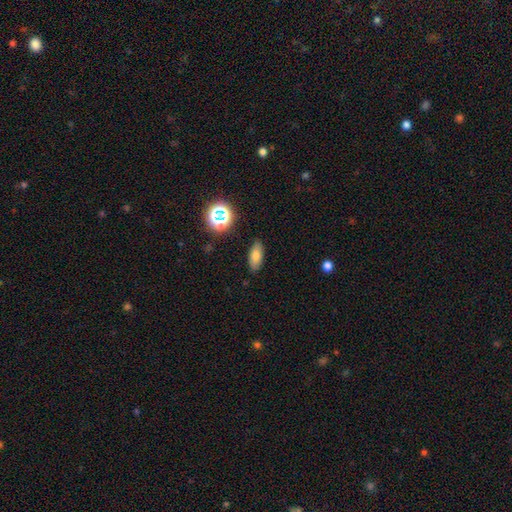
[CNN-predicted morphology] A smooth galaxy with no disk features (74%) that is in between round and cigar-shaped (81%).

Vote fractions:
- Smooth or featured? smooth: 74% / star or artifact: 13% / featured or disk: 12%
- How rounded? in between: 81% / cigar-shaped: 14% / round: 5%
- Merging? none: 86% / minor disturbance: 10% / major disturbance: 2% / merger: 2%